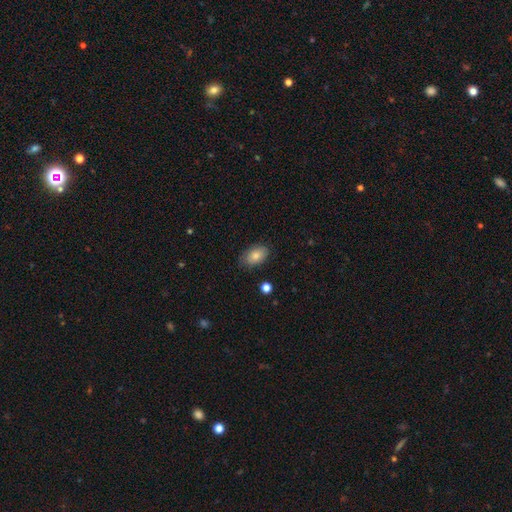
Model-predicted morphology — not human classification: A smooth galaxy with no disk features (78%) that is in between round and cigar-shaped (91%). Merging: none (77%).